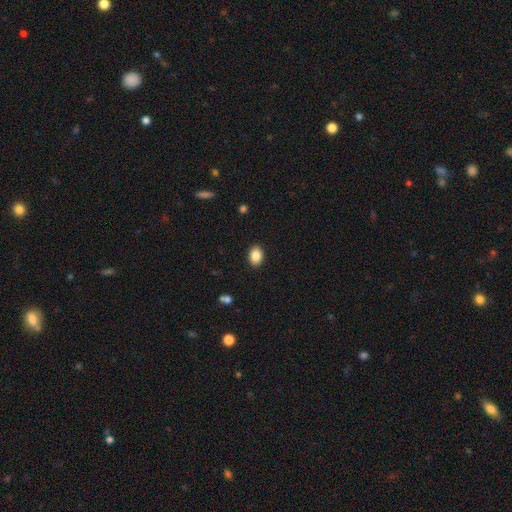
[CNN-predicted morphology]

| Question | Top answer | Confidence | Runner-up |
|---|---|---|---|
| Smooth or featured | smooth | 87% | star or artifact (8%) |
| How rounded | in between | 76% | round (23%) |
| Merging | none | 90% | minor disturbance (7%) |